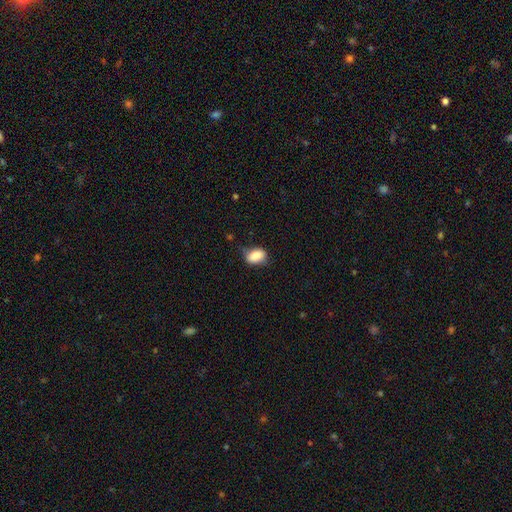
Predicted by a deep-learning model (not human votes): Smooth or featured? Predicted: smooth (p=0.82). How rounded? Predicted: in between (p=0.81). Merging? Predicted: none (p=0.55).